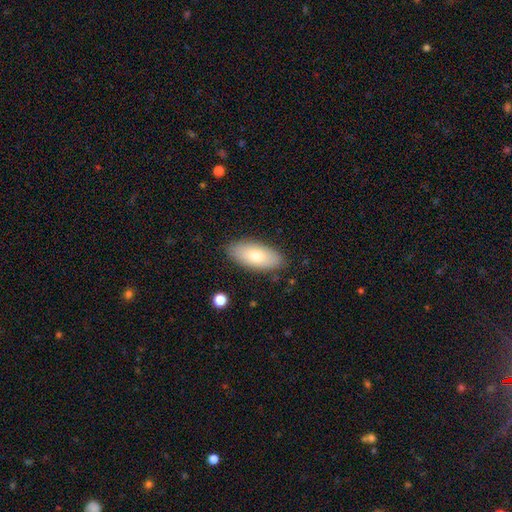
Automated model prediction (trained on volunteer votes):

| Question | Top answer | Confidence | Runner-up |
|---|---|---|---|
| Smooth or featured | smooth | 74% | featured or disk (19%) |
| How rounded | in between | 89% | cigar-shaped (9%) |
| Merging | none | 86% | minor disturbance (10%) |